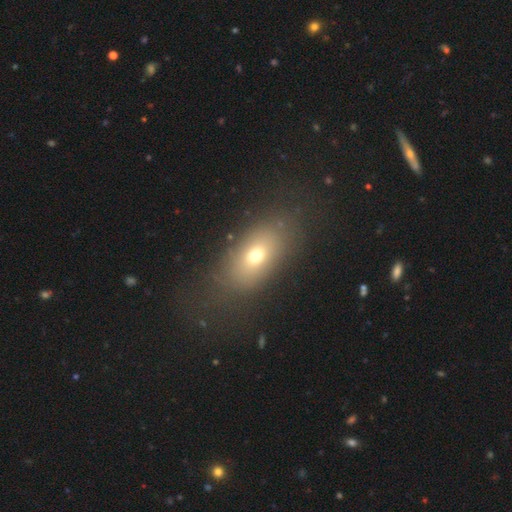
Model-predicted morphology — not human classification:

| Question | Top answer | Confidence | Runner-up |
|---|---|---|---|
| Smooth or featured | smooth | 66% | featured or disk (20%) |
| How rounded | in between | 80% | round (14%) |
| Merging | none | 73% | minor disturbance (14%) |